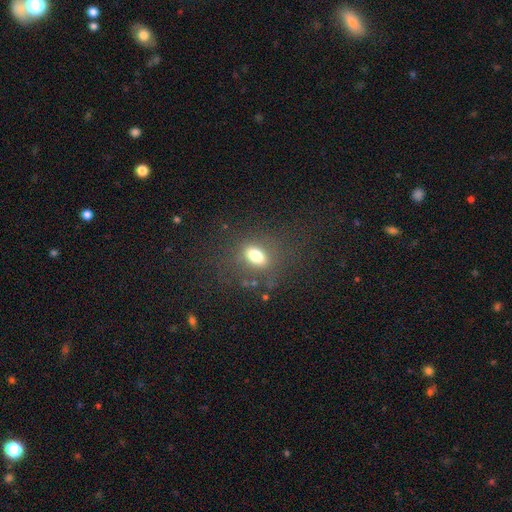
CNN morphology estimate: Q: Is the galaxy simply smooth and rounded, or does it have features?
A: smooth — 71%.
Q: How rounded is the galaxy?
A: in between — 75%.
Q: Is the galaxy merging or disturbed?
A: none — 75%.